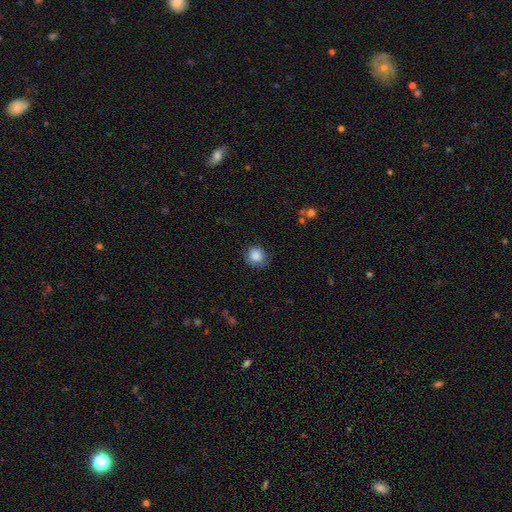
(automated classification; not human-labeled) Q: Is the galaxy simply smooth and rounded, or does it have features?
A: smooth — 87%.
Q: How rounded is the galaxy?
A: round — 88%.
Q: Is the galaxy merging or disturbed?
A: none — 82%.